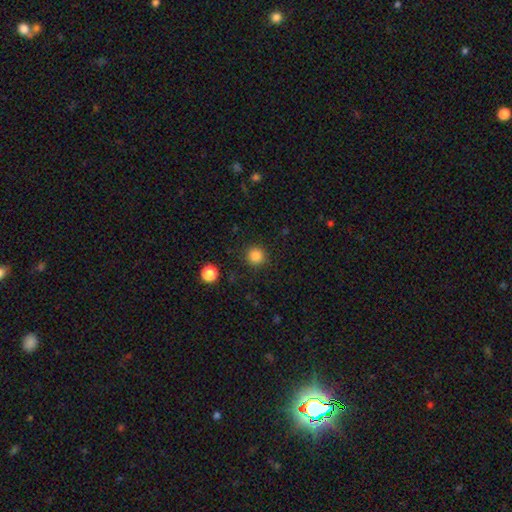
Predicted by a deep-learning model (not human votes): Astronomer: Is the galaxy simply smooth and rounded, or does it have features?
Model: smooth — 85%.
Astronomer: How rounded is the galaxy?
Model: round — 95%.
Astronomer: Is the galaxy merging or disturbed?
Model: none — 91%.